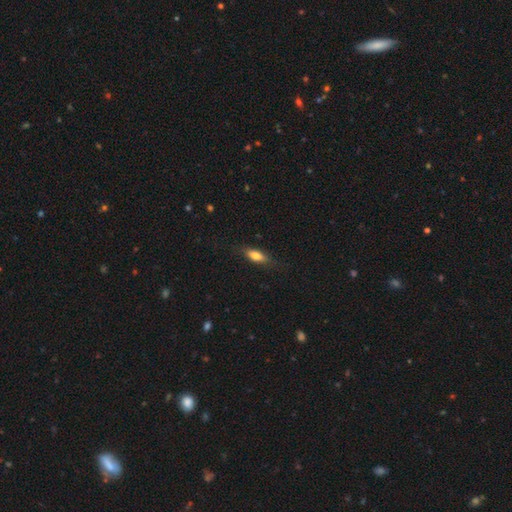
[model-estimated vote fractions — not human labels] Morphology: type=smooth (72%); roundness=in between (63%); merging=none (80%).